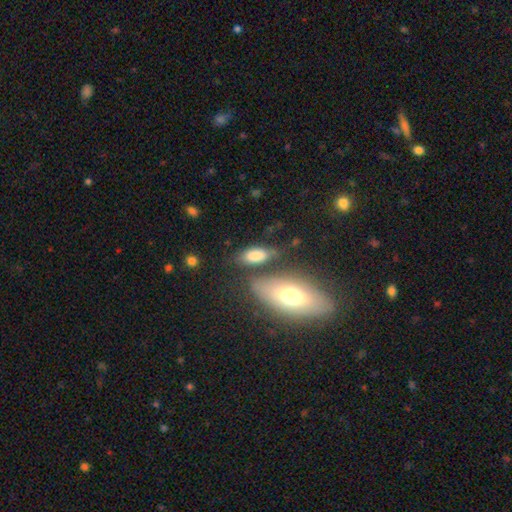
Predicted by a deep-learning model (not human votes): This appears to be a smooth galaxy with no disk features (79%) that is in between round and cigar-shaped (86%). Merging: none (54%).